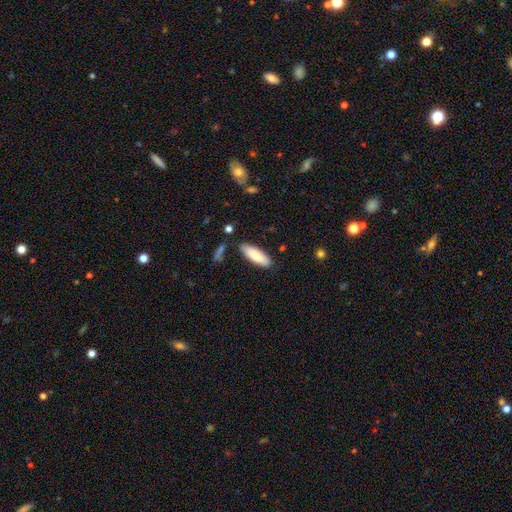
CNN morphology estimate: smooth 84%, featured or disk 11%, star or artifact 6%. Down the decision tree: how rounded — in between (54%); merging — none (83%).